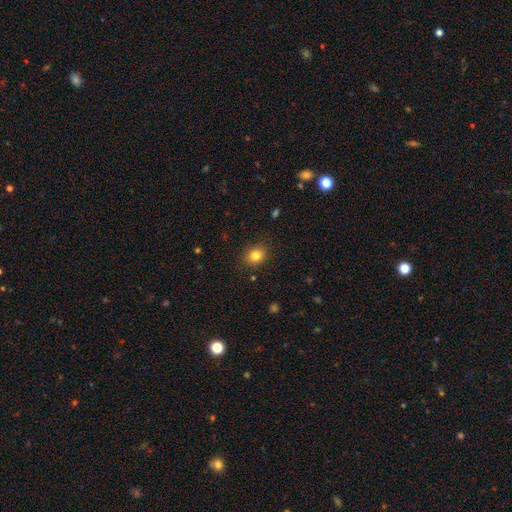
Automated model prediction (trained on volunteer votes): Morphology: type=smooth (82%); roundness=round (67%); merging=none (88%).